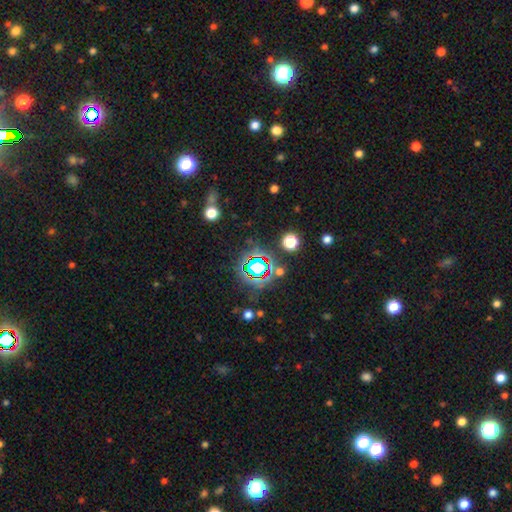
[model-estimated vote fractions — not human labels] Smooth or featured?
  - star or artifact: 76% *
  - smooth: 16%
  - featured or disk: 9%